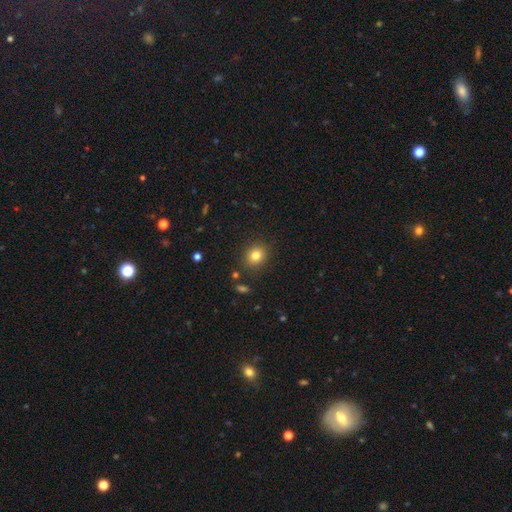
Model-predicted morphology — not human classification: Smooth or featured? smooth (82%)
How rounded? round (65%)
Merging? none (87%)